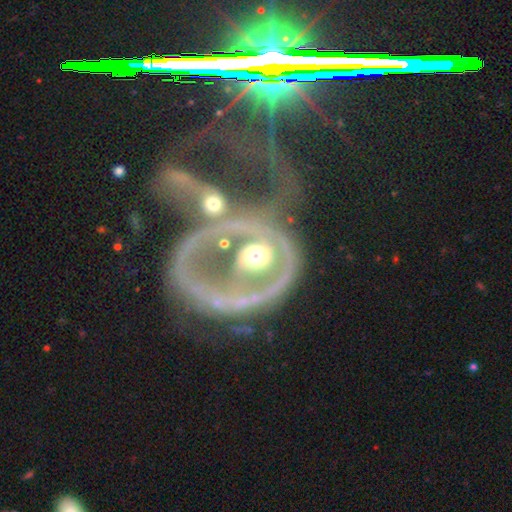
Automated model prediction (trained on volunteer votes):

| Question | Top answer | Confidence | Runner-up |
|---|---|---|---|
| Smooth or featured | featured or disk | 78% | smooth (14%) |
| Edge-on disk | no | 96% | yes (4%) |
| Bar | no | 58% | weak (23%) |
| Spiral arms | yes | 64% | no (36%) |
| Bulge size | moderate | 67% | large (16%) |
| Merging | none | 31% | tied: major disturbance (31%) |